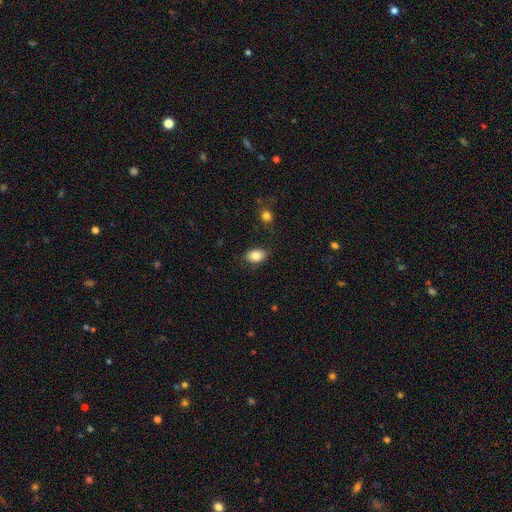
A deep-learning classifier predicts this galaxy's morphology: Smooth or featured? smooth (85%)
How rounded? in between (83%)
Merging? none (82%)